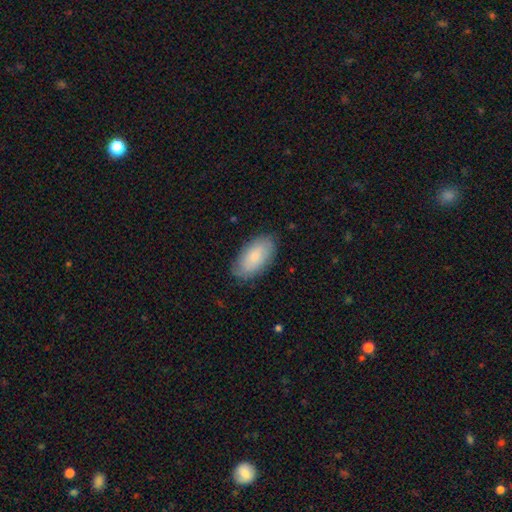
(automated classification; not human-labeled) Smooth or featured: smooth — 72% (featured or disk — 22%)
How rounded: in between — 94% (cigar-shaped — 3%)
Merging: none — 80% (minor disturbance — 16%)